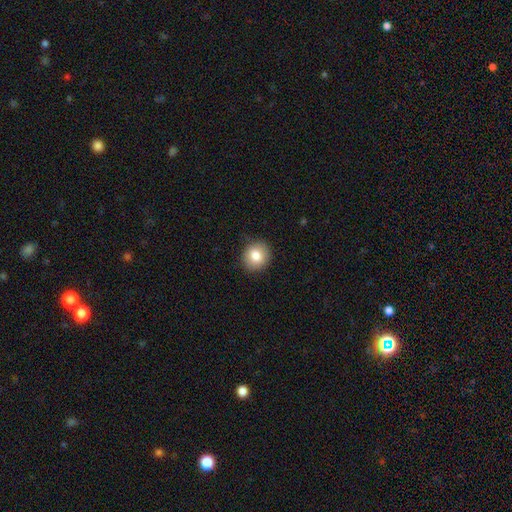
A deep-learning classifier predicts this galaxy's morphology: Q: Smooth or featured?
A: smooth (82%); runner-up: star or artifact (9%)
Q: How rounded?
A: round (82%); runner-up: in between (17%)
Q: Merging?
A: none (88%); runner-up: minor disturbance (9%)